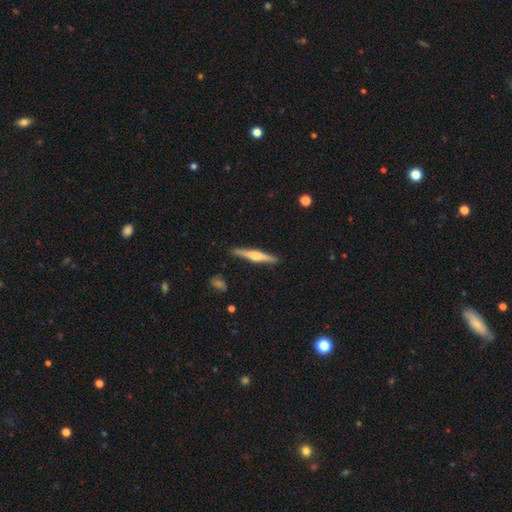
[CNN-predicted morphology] This is likely a featured or disk galaxy (66%). It is clearly viewed edge-on (98%). Edge-on bulge: clearly rounded (89%). Merging: clearly none (90%).